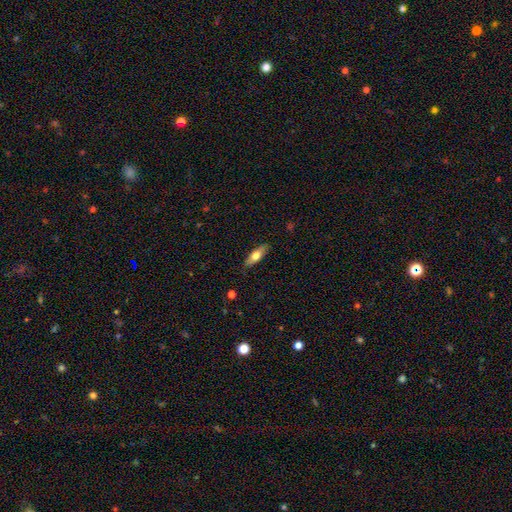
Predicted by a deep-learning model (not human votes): smooth-or-featured: smooth: 60% | featured or disk: 34% | star or artifact: 6%
  how-rounded: in between: 54% | cigar-shaped: 43% | round: 3%
  merging: none: 87% | minor disturbance: 10% | major disturbance: 2% | merger: 1%